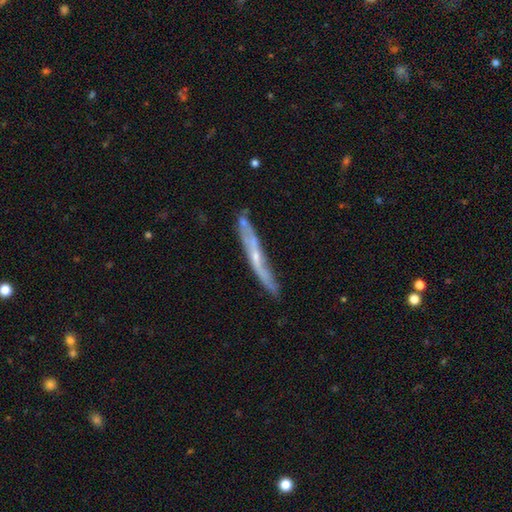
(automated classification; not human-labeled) A featured or disk galaxy (69%) viewed edge-on (81%) with no central bulge (53%). Merging: none (69%).